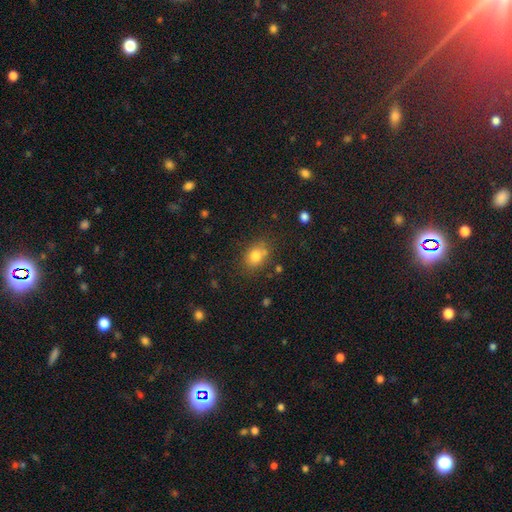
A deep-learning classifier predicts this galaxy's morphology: Smooth or featured? smooth (79%)
How rounded? in between (57%)
Merging? none (69%)